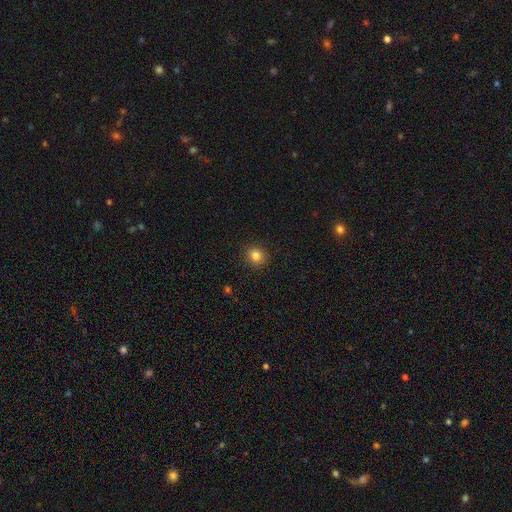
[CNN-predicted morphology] This appears to be a smooth galaxy with no disk features (83%) that is round (87%). Merging: none (91%).